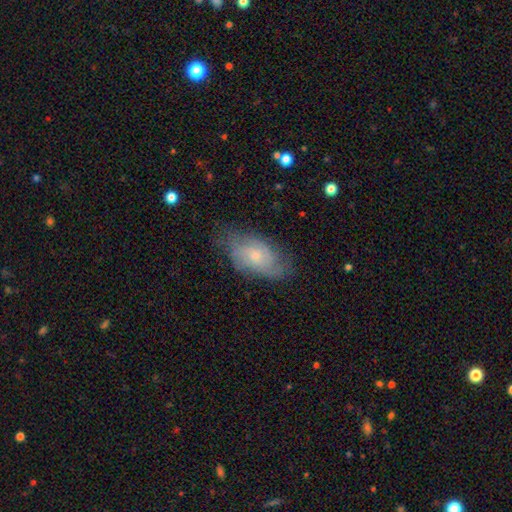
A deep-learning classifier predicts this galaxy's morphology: Q: Smooth or featured?
A: featured or disk (50%); runner-up: smooth (43%)
Q: Merging?
A: none (61%); runner-up: minor disturbance (28%)